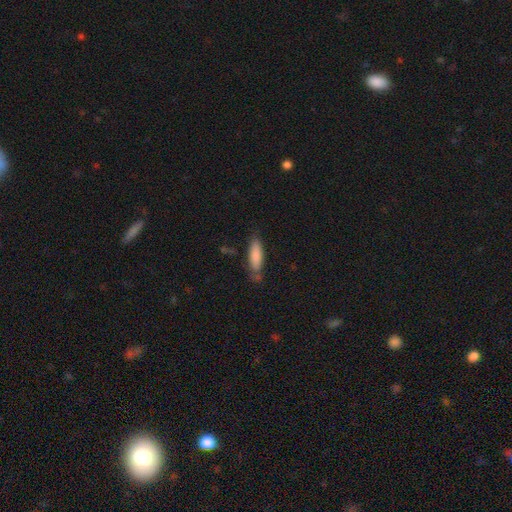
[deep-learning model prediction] smooth 83%, featured or disk 11%, star or artifact 6%. Down the decision tree: how rounded — cigar-shaped (51%); merging — none (66%).